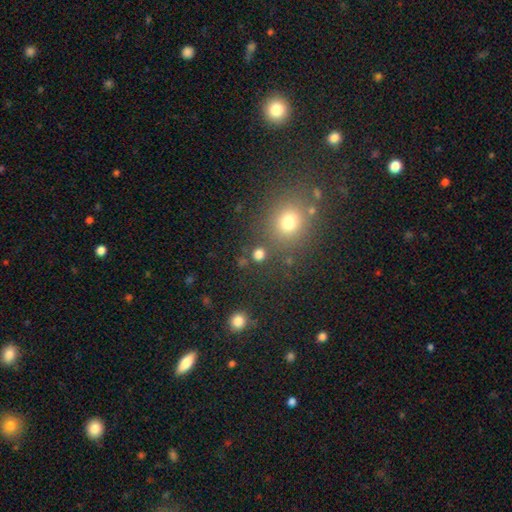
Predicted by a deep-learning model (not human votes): Smooth or featured: smooth — 67% (star or artifact — 26%)
How rounded: round — 84% (in between — 15%)
Merging: none — 81% (minor disturbance — 8%)